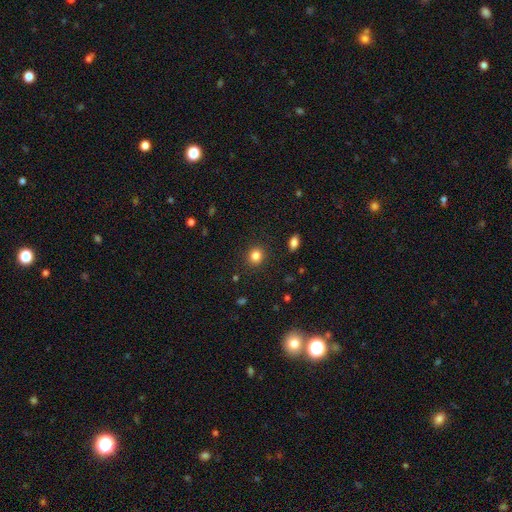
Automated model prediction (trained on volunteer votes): smooth-or-featured: smooth: 84% | star or artifact: 12% | featured or disk: 5%
  how-rounded: round: 83% | in between: 16% | cigar-shaped: 1%
  merging: none: 90% | minor disturbance: 6% | major disturbance: 2% | merger: 1%